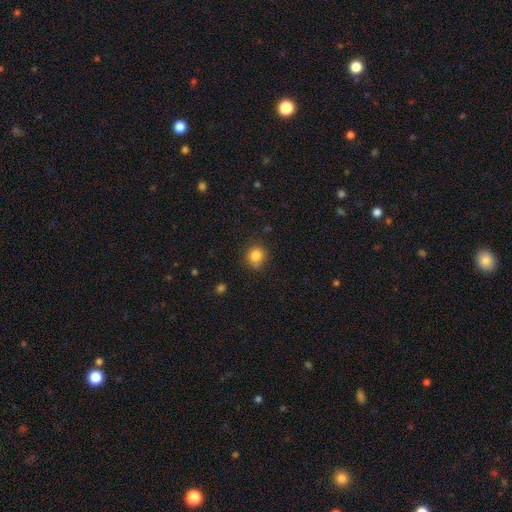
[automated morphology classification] The model was most divided on "merging": none: 76%, minor disturbance: 15%, merger: 6%, major disturbance: 4%. More confident: how rounded — round (87%); smooth or featured — smooth (83%).